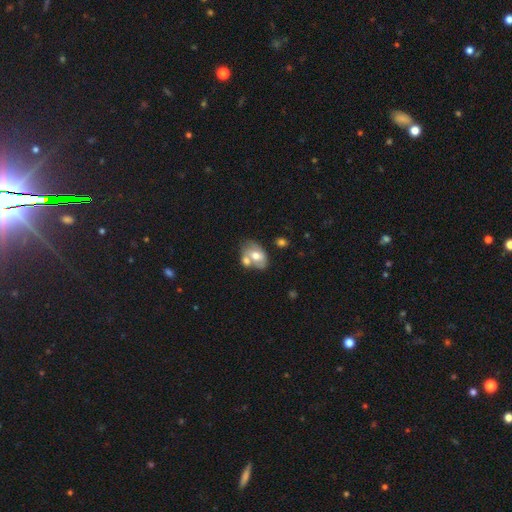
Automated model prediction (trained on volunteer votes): Smooth or featured: smooth — 58% (featured or disk — 34%)
How rounded: in between — 78% (round — 20%)
Merging: merger — 45% (none — 33%)